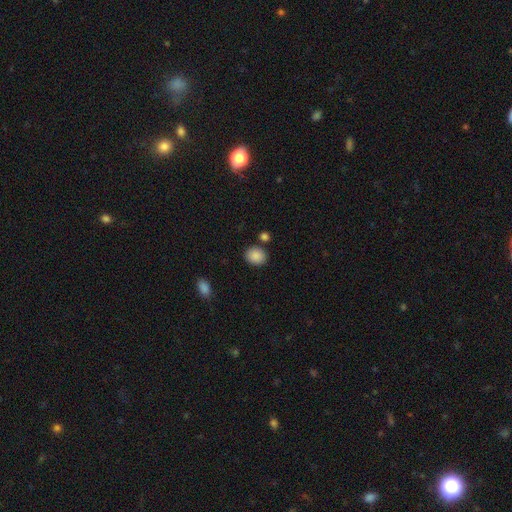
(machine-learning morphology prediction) smooth 88%, star or artifact 8%, featured or disk 4%. Down the decision tree: how rounded — round (53%); merging — none (82%).